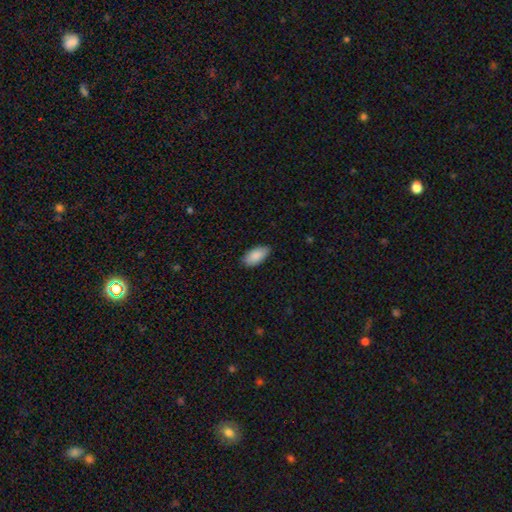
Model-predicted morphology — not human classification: smooth_or_featured: smooth (p=0.89) [alt: star or artifact p=0.06]
how_rounded: in between (p=0.94) [alt: cigar-shaped p=0.04]
merging: none (p=0.84) [alt: minor disturbance p=0.13]